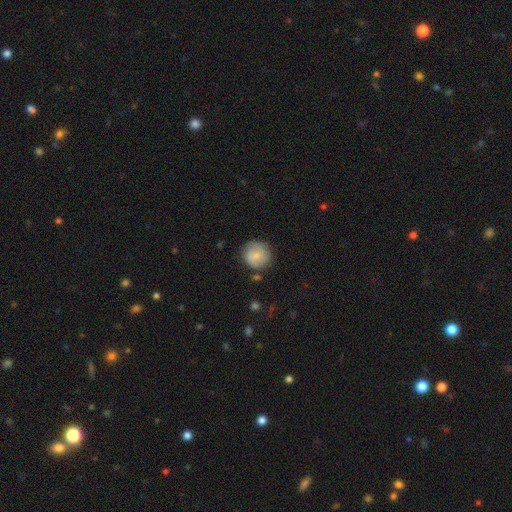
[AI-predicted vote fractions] A smooth galaxy with no disk features (71%) that is round (91%).

Vote fractions:
- Smooth or featured? smooth: 71% / featured or disk: 22% / star or artifact: 7%
- How rounded? round: 91% / in between: 8% / cigar-shaped: 1%
- Merging? none: 77% / minor disturbance: 16% / major disturbance: 4% / merger: 3%